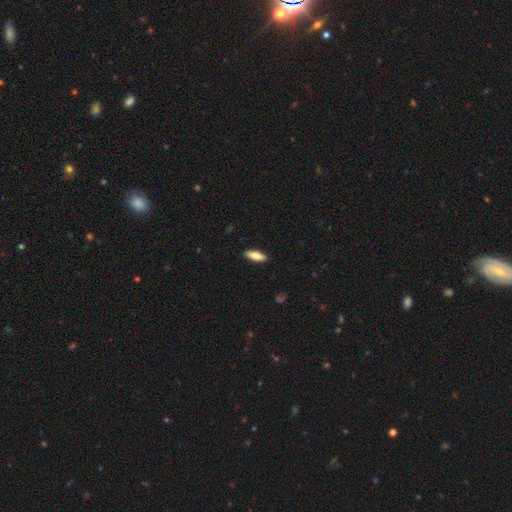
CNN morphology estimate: smooth 75%, featured or disk 19%, star or artifact 6%. Down the decision tree: how rounded — in between (54%); merging — none (91%).